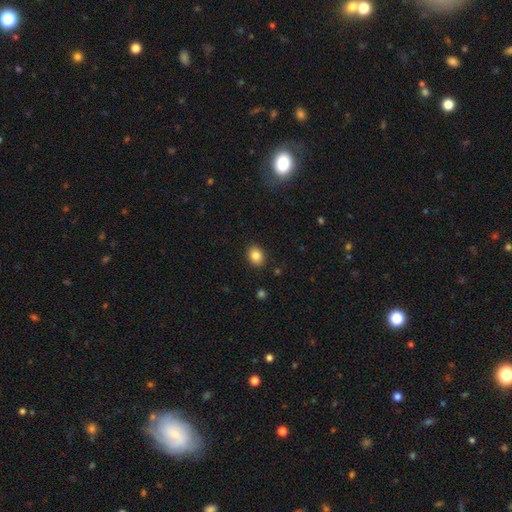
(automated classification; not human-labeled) smooth 85%, star or artifact 10%, featured or disk 6%. Down the decision tree: how rounded — in between (55%); merging — none (89%).